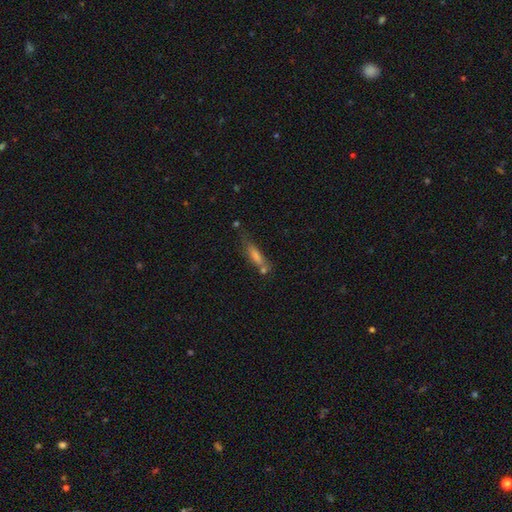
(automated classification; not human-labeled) This is possibly a smooth galaxy (58%). How rounded: likely cigar-shaped (74%). Merging: possibly none (54%).